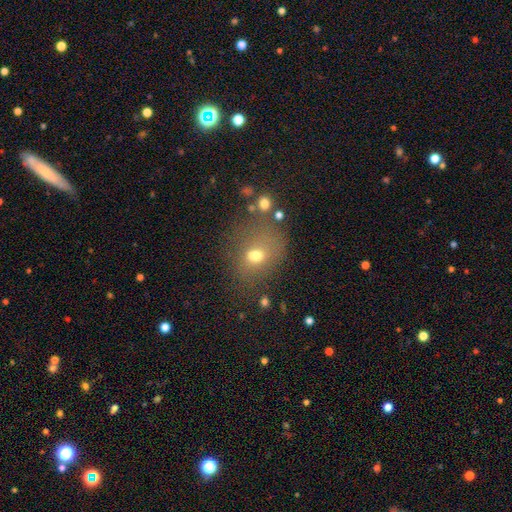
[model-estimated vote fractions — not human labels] The model was most divided on "how rounded": in between: 53%, round: 46%, cigar-shaped: 2%. Remaining: smooth or featured — smooth (61%); merging — none (45%).